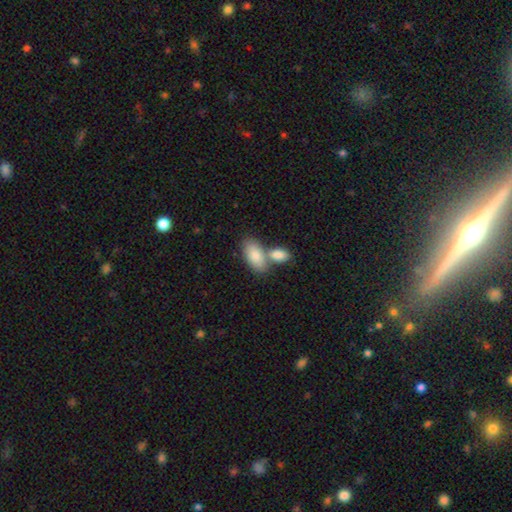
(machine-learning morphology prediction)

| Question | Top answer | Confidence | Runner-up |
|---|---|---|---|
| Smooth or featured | smooth | 84% | featured or disk (10%) |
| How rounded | in between | 92% | cigar-shaped (4%) |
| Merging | merger | 47% | none (40%) |